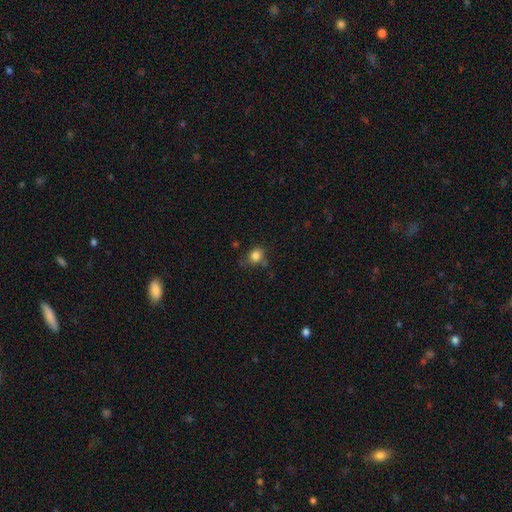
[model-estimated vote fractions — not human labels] A smooth galaxy with no disk features (82%) that is round (70%). Merging: none (65%).